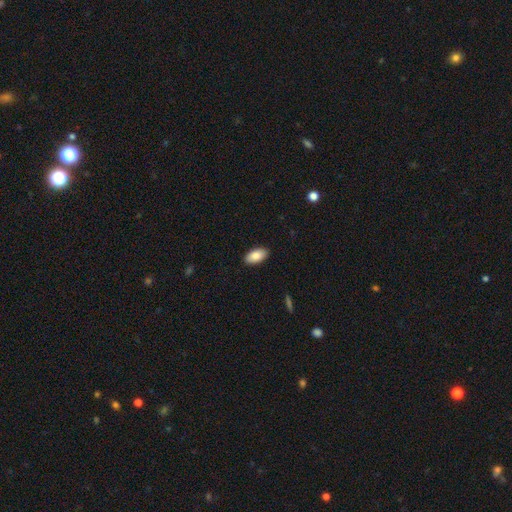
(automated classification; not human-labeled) Smooth or featured: smooth — 85% (featured or disk — 9%)
How rounded: in between — 94% (cigar-shaped — 3%)
Merging: none — 89% (minor disturbance — 8%)